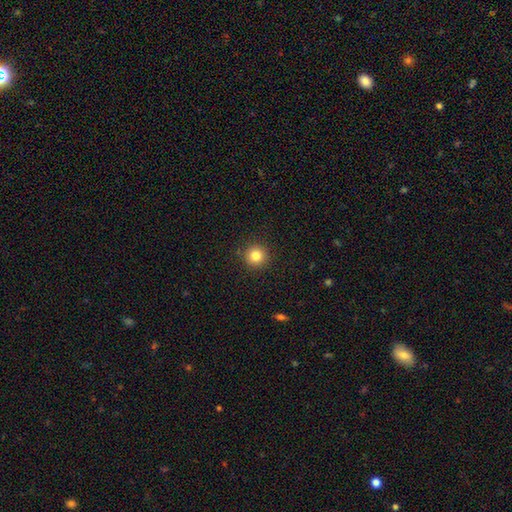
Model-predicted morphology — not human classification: Smooth or featured?
  - smooth: 82% *
  - star or artifact: 12%
  - featured or disk: 6%
How rounded?
  - round: 95% *
  - in between: 4%
  - cigar-shaped: 1%
Merging?
  - none: 92% *
  - minor disturbance: 5%
  - major disturbance: 2%
  - merger: 1%